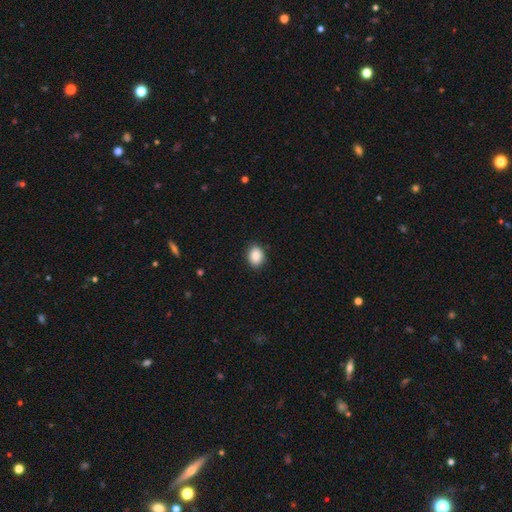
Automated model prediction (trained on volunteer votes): smooth_or_featured: smooth (p=0.89) [alt: star or artifact p=0.08]
how_rounded: in between (p=0.65) [alt: round p=0.34]
merging: none (p=0.89) [alt: minor disturbance p=0.08]